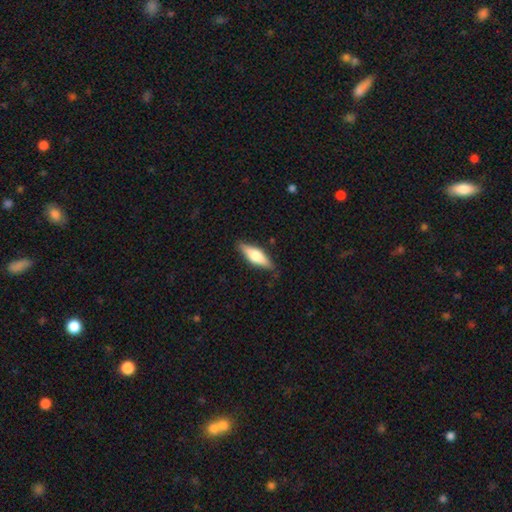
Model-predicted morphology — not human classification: Smooth or featured? smooth (56%)
How rounded? in between (54%)
Merging? none (83%)